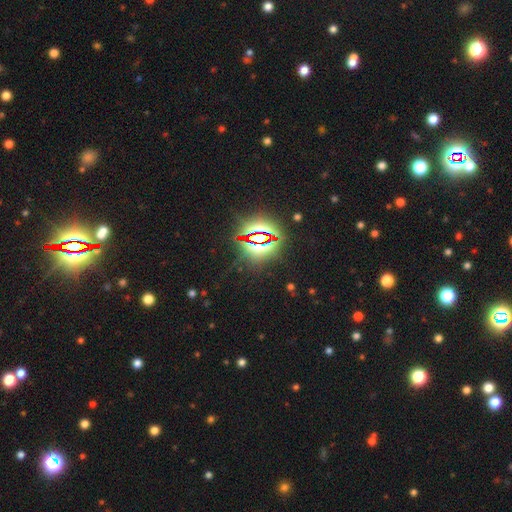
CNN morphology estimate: smooth_or_featured: star or artifact (p=0.83) [alt: smooth p=0.10]